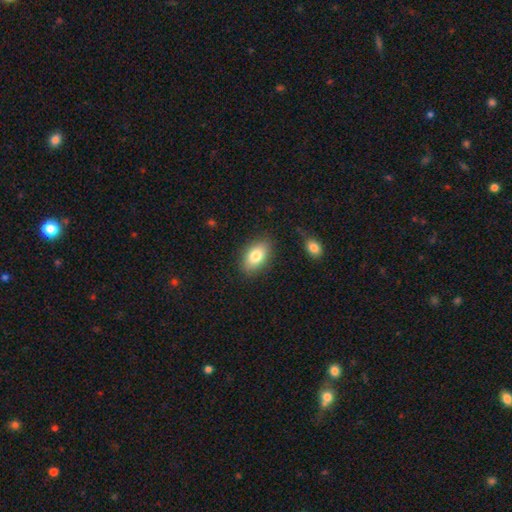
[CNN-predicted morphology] Smooth or featured?
  - smooth: 82% *
  - featured or disk: 11%
  - star or artifact: 7%
How rounded?
  - in between: 91% *
  - round: 7%
  - cigar-shaped: 2%
Merging?
  - none: 85% *
  - minor disturbance: 11%
  - major disturbance: 3%
  - merger: 2%